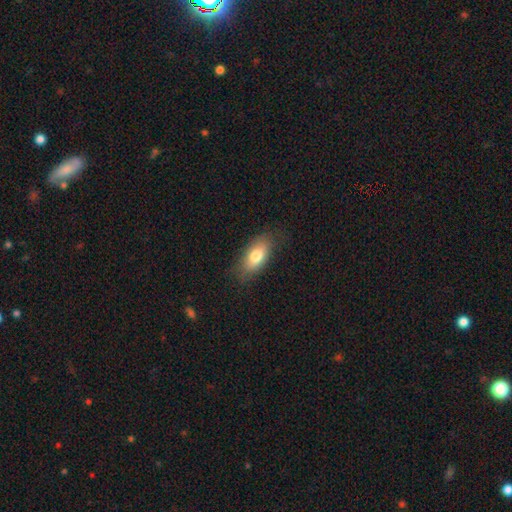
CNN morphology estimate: Smooth or featured? smooth (77%)
How rounded? in between (87%)
Merging? none (80%)